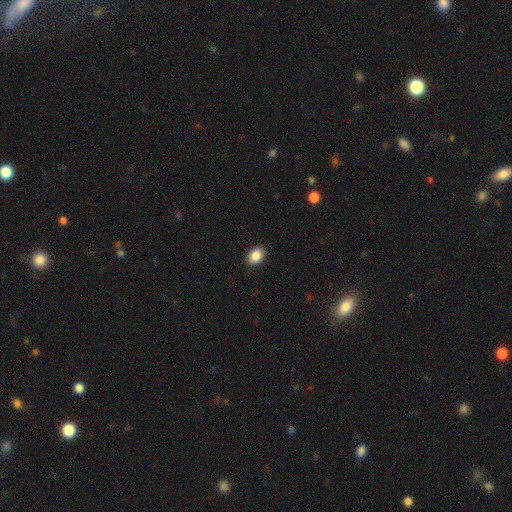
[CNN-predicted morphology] Smooth or featured? Predicted: smooth (p=0.88). How rounded? Predicted: in between (p=0.80). Merging? Predicted: none (p=0.90).